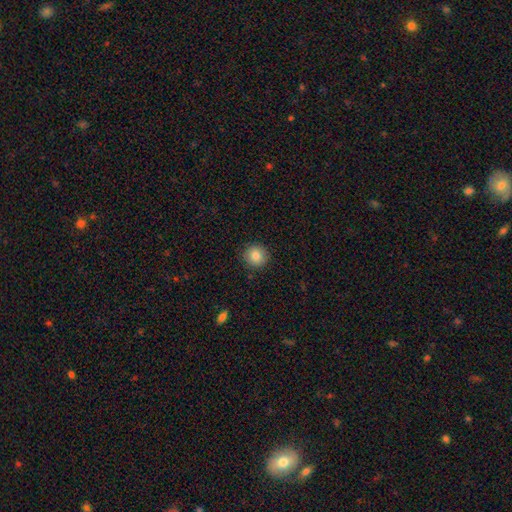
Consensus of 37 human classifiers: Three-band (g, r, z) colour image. It shows a smooth galaxy with no disk features (97%) that is round (100%). Merging: none (89%).